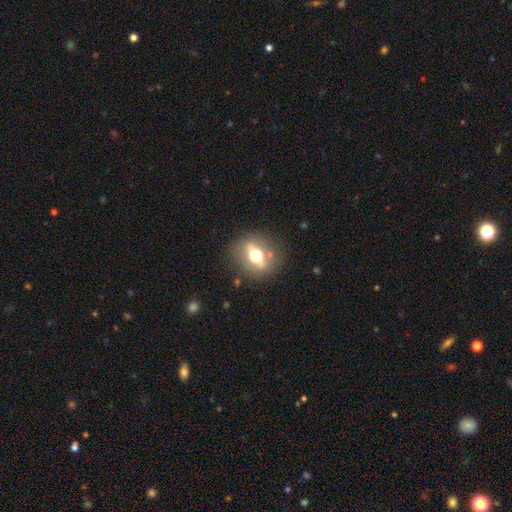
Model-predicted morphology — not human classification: A featured or disk galaxy (59%) viewed edge-on (57%).

Vote fractions:
- Smooth or featured? featured or disk: 59% / smooth: 32% / star or artifact: 9%
- Edge-on disk? yes: 57% / no: 43%
- Merging? none: 81% / minor disturbance: 11% / major disturbance: 5% / merger: 3%